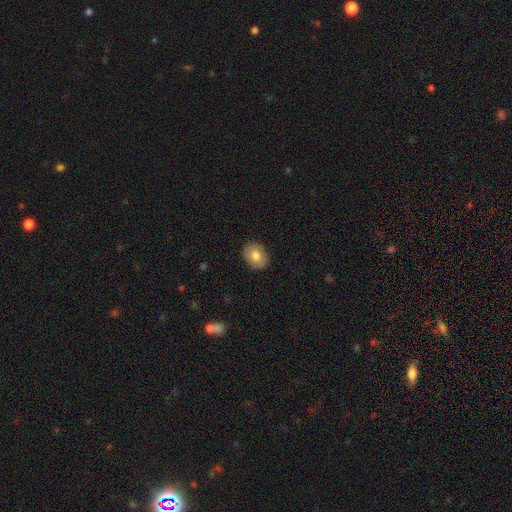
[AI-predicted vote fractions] smooth-or-featured: smooth: 76% | featured or disk: 17% | star or artifact: 7%
  how-rounded: in between: 67% | round: 32% | cigar-shaped: 1%
  merging: none: 88% | minor disturbance: 9% | major disturbance: 2% | merger: 1%